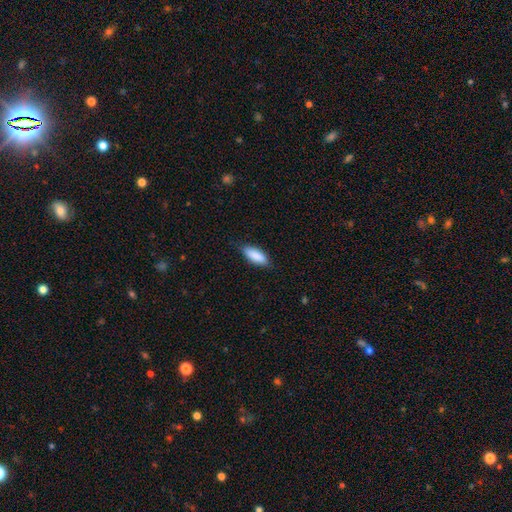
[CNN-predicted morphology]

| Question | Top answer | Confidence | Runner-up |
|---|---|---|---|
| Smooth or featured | smooth | 88% | featured or disk (6%) |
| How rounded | in between | 73% | cigar-shaped (26%) |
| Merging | none | 82% | minor disturbance (14%) |